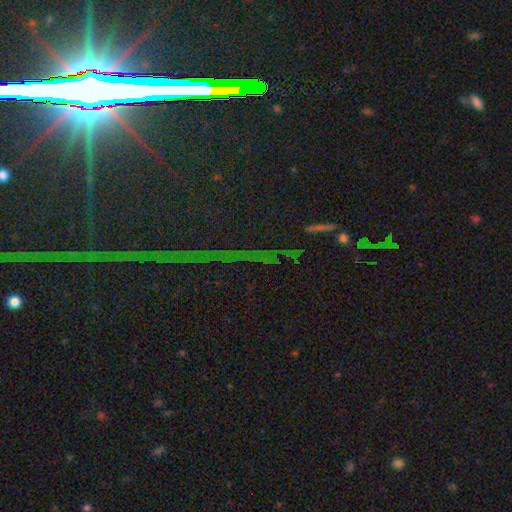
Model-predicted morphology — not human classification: smooth_or_featured: star or artifact (p=0.84) [alt: featured or disk p=0.09]